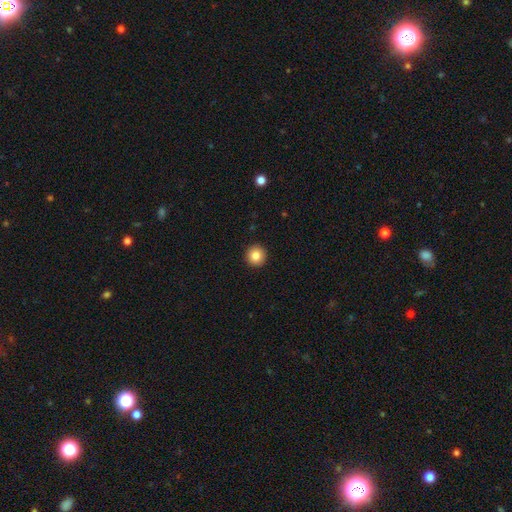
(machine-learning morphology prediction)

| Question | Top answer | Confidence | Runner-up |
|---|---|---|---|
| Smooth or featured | smooth | 84% | star or artifact (10%) |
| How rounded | round | 95% | in between (4%) |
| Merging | none | 94% | minor disturbance (4%) |